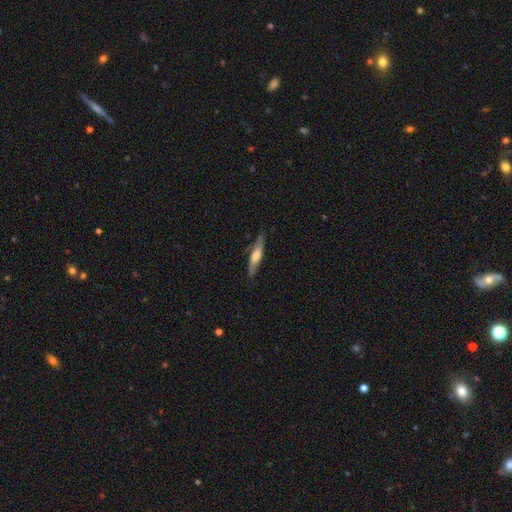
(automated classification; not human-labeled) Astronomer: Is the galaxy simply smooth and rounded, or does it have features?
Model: featured or disk — 48% (runner-up: smooth, 46%).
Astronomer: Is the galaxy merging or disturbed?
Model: none — 79%.